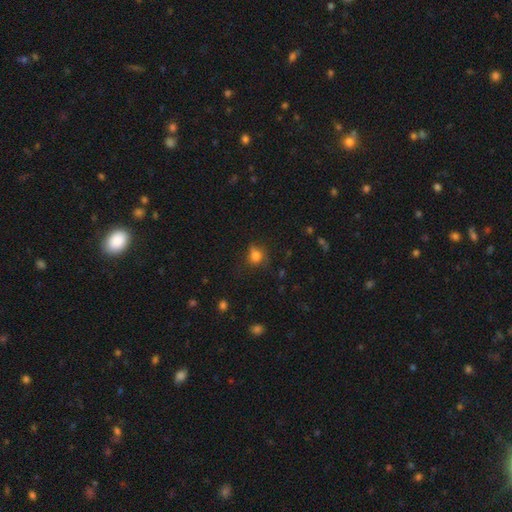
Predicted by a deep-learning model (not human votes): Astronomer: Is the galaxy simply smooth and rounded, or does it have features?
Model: smooth — 77%.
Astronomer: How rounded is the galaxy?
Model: round — 71%.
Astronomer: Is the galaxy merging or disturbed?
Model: none — 59%.